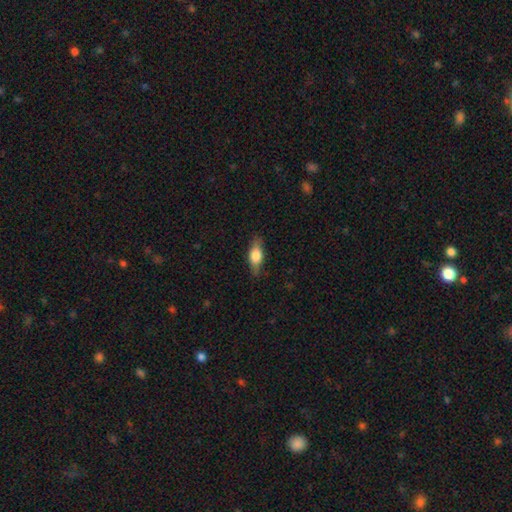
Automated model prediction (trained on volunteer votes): Morphology: type=smooth (66%); roundness=in between (72%); merging=none (81%).